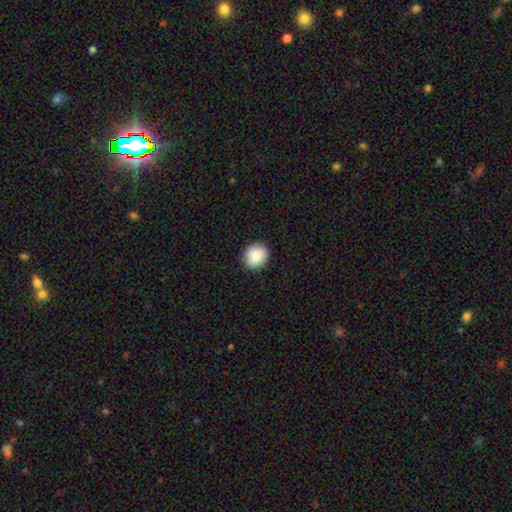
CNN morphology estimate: Q: Smooth or featured?
A: smooth (89%); runner-up: star or artifact (7%)
Q: How rounded?
A: round (75%); runner-up: in between (25%)
Q: Merging?
A: none (91%); runner-up: minor disturbance (7%)